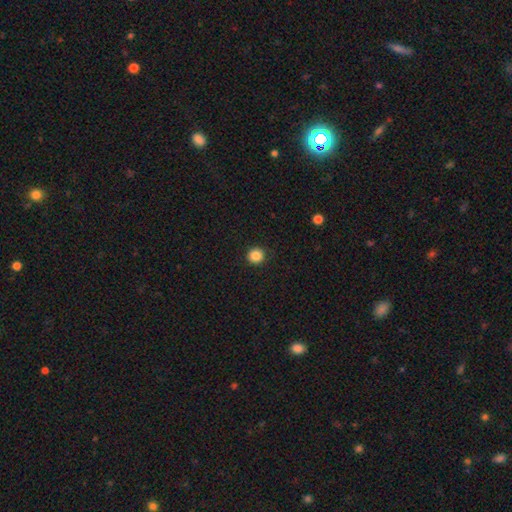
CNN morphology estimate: smooth 86%, star or artifact 10%, featured or disk 4%. Down the decision tree: how rounded — round (92%); merging — none (92%).